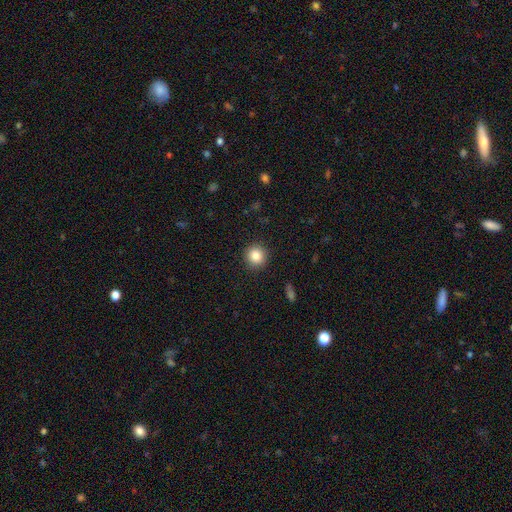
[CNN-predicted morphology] type=smooth (85%); roundness=round (92%); merging=none (91%).